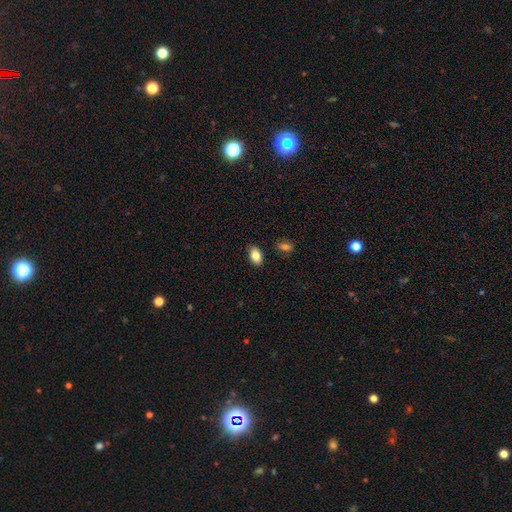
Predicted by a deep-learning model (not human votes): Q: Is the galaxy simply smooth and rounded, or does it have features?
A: smooth — 83%.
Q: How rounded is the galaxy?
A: in between — 88%.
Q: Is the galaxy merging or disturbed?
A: none — 86%.